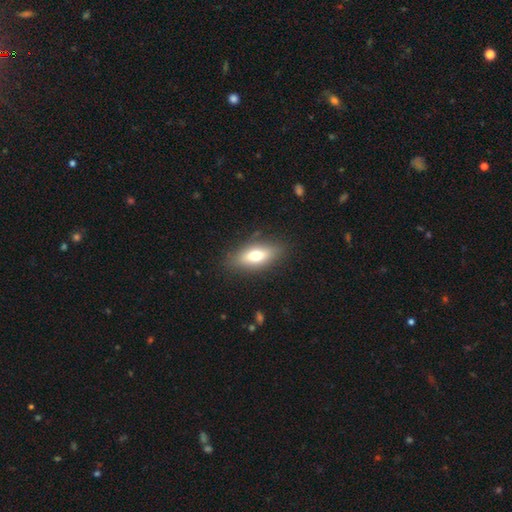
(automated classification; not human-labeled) A smooth galaxy with no disk features (65%) that is in between round and cigar-shaped (78%). Merging: none (84%).